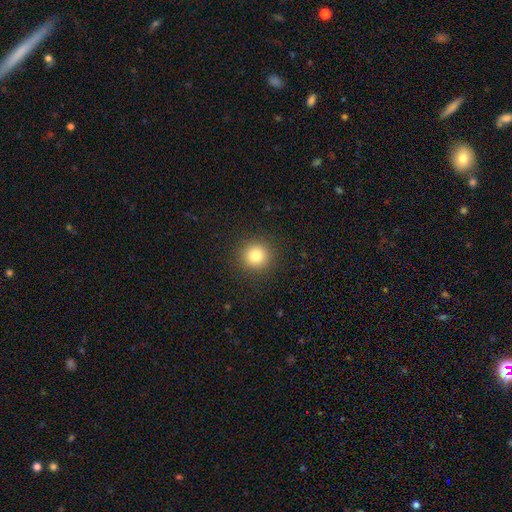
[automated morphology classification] Smooth or featured: smooth — 81% (star or artifact — 12%)
How rounded: round — 94% (in between — 5%)
Merging: none — 91% (minor disturbance — 5%)